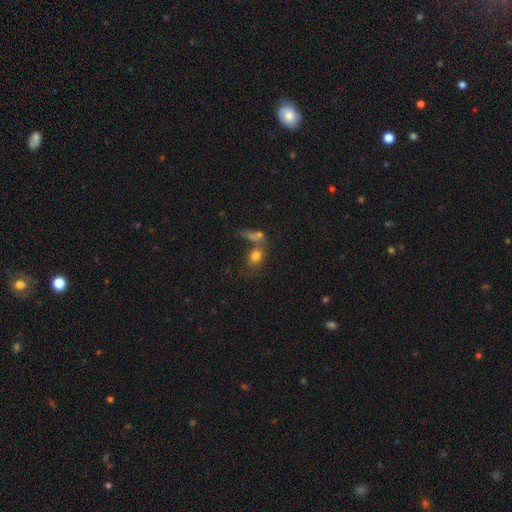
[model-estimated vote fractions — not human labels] Morphology: type=smooth (78%); roundness=in between (54%); merging=none (45%).